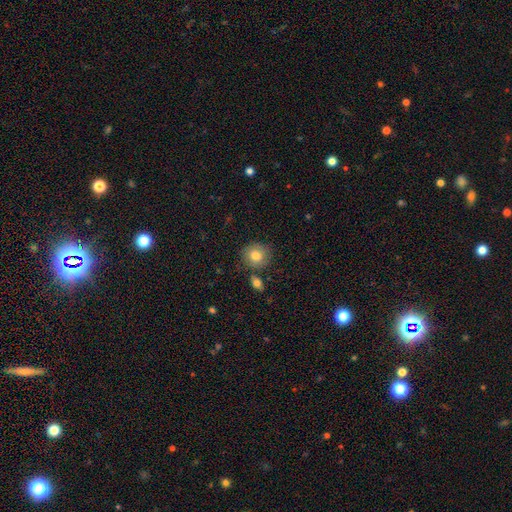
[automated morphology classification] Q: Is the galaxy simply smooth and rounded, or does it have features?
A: smooth — 81%.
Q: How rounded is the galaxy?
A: round — 83%.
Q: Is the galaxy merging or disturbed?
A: none — 77%.